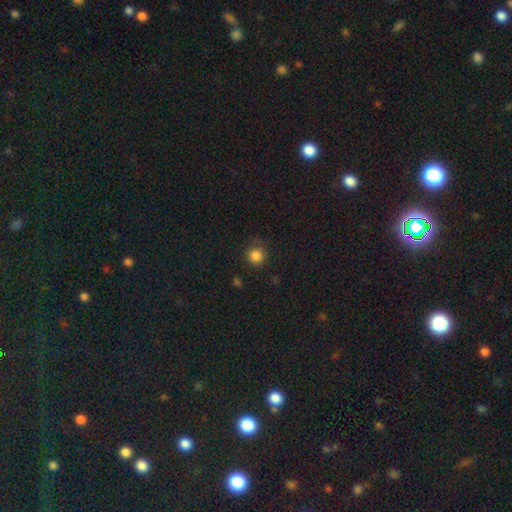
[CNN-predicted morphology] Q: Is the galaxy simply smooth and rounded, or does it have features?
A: smooth — 84%.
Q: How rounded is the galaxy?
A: round — 93%.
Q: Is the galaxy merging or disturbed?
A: none — 84%.